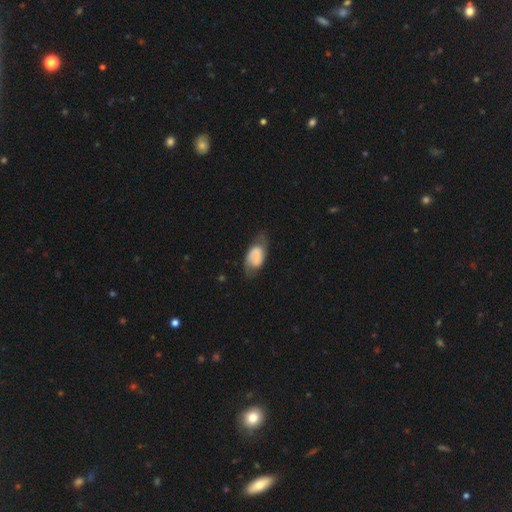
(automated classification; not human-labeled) The model was most divided on "smooth or featured": smooth: 52%, featured or disk: 40%, star or artifact: 8%. More confident: how rounded — in between (89%); merging — none (52%).